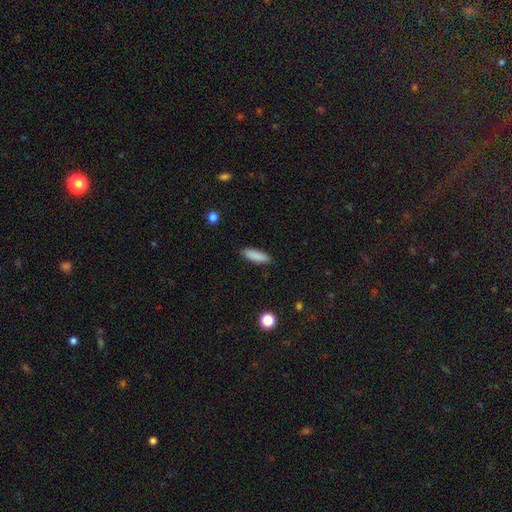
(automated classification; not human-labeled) Overall: smooth (88%). How rounded: cigar-shaped (57%; in between 42%). Merging: none (88%).